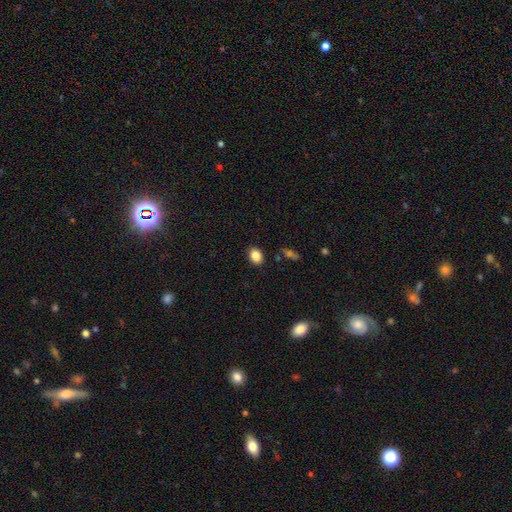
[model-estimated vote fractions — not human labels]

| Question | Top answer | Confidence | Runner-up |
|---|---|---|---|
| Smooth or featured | smooth | 86% | star or artifact (9%) |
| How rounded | in between | 63% | round (36%) |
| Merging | none | 88% | minor disturbance (8%) |